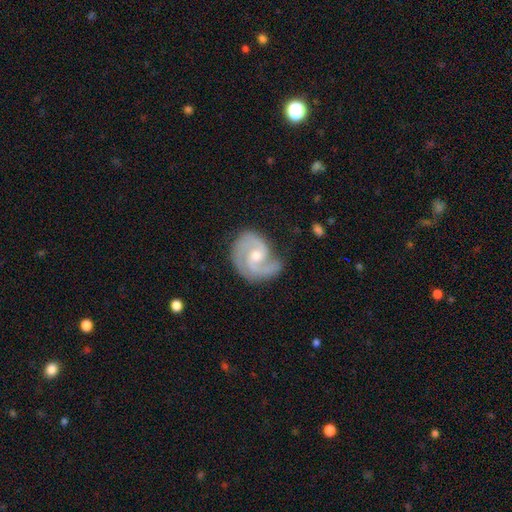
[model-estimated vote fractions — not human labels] featured or disk 90%, smooth 6%, star or artifact 5%. Down the decision tree: edge-on disk — no (98%); bar — no (52%); spiral arms — yes (98%); spiral arm count — 2 (81%); spiral winding — medium (49%); bulge size — moderate (55%); merging — none (68%).